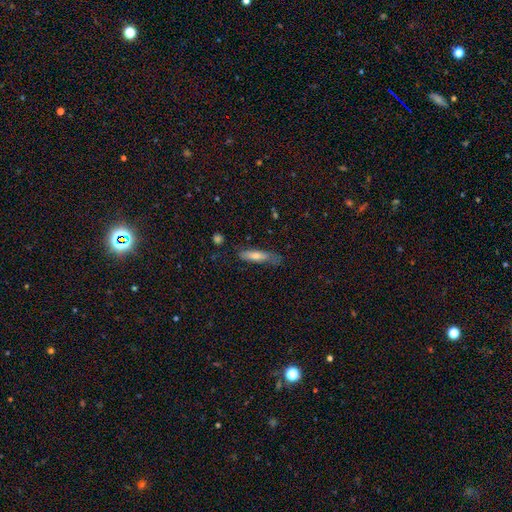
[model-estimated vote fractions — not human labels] A smooth galaxy with no disk features (62%) that is cigar-shaped (77%).

Vote fractions:
- Smooth or featured? smooth: 62% / featured or disk: 30% / star or artifact: 7%
- How rounded? cigar-shaped: 77% / in between: 21% / round: 2%
- Merging? none: 65% / minor disturbance: 25% / major disturbance: 8% / merger: 2%